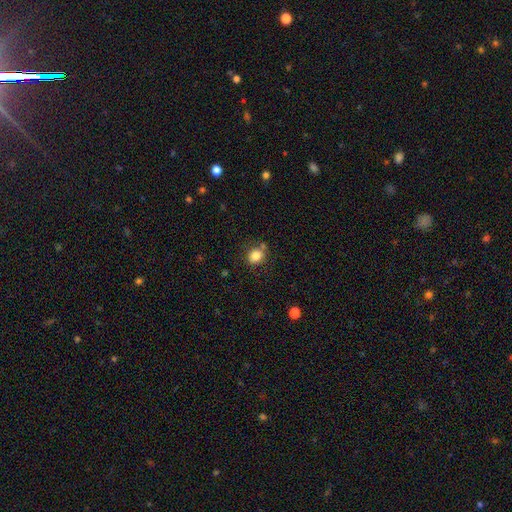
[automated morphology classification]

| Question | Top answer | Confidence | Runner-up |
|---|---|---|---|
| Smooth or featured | smooth | 83% | star or artifact (11%) |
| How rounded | round | 69% | in between (30%) |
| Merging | none | 72% | minor disturbance (15%) |